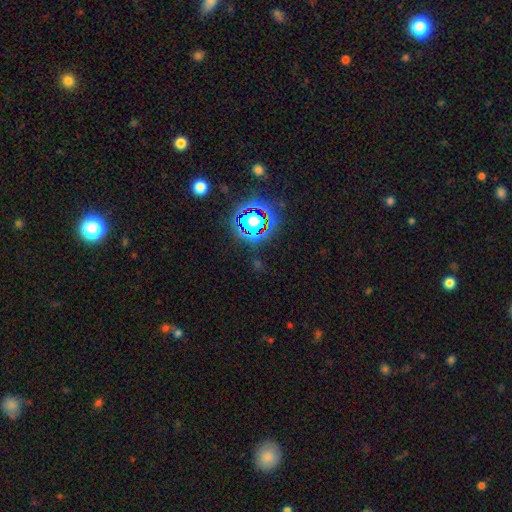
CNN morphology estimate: type=star or artifact (77%).